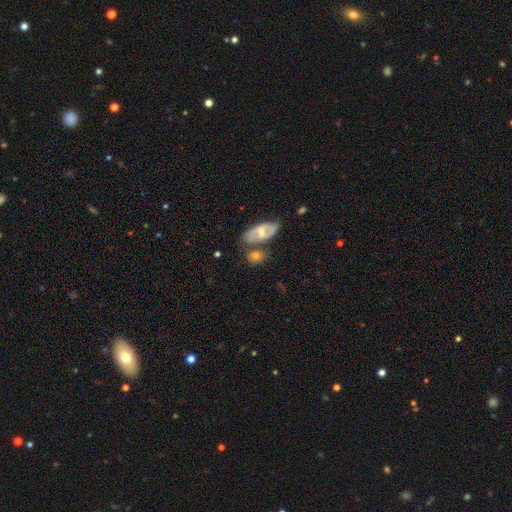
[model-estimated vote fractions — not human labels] Q: Smooth or featured?
A: smooth (64%); runner-up: featured or disk (27%)
Q: How rounded?
A: in between (60%); runner-up: round (35%)
Q: Merging?
A: none (52%); runner-up: merger (26%)